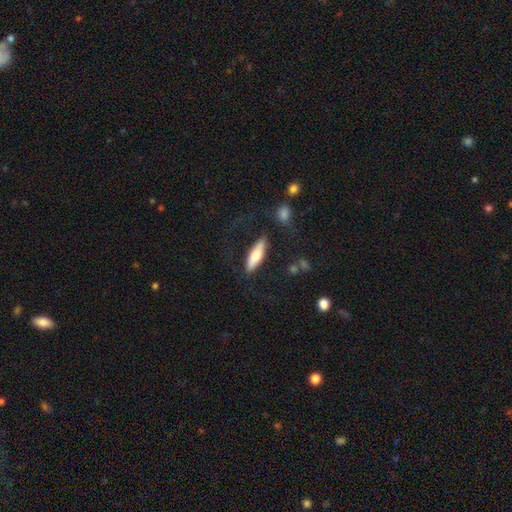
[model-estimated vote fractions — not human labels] Smooth or featured?
  - smooth: 69% *
  - featured or disk: 26%
  - star or artifact: 5%
How rounded?
  - cigar-shaped: 64% *
  - in between: 34%
  - round: 2%
Merging?
  - none: 72% *
  - minor disturbance: 17%
  - major disturbance: 8%
  - merger: 3%